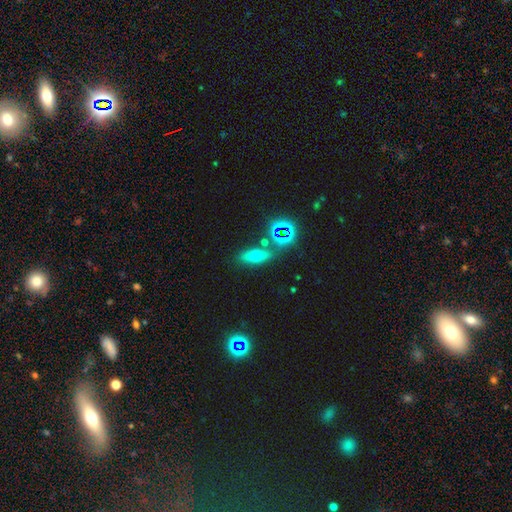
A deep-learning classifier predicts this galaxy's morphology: Smooth or featured? smooth (51%)
How rounded? in between (55%)
Merging? none (75%)